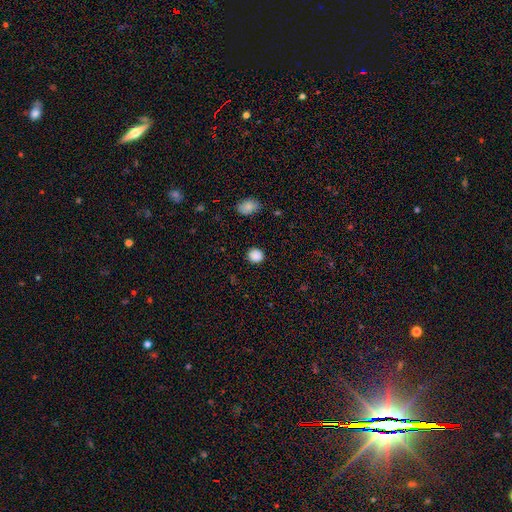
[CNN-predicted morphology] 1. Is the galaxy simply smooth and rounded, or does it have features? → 87% smooth, 10% star or artifact, 3% featured or disk.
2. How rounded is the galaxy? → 83% round, 16% in between, 1% cigar-shaped.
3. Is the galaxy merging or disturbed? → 89% none, 7% minor disturbance, 2% major disturbance, 1% merger.